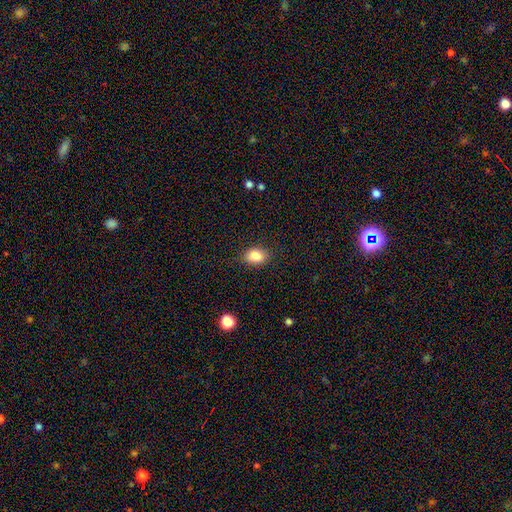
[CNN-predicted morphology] Smooth or featured?
  - smooth: 83% *
  - star or artifact: 9%
  - featured or disk: 7%
How rounded?
  - in between: 72% *
  - round: 27%
  - cigar-shaped: 1%
Merging?
  - none: 85% *
  - minor disturbance: 11%
  - major disturbance: 3%
  - merger: 1%